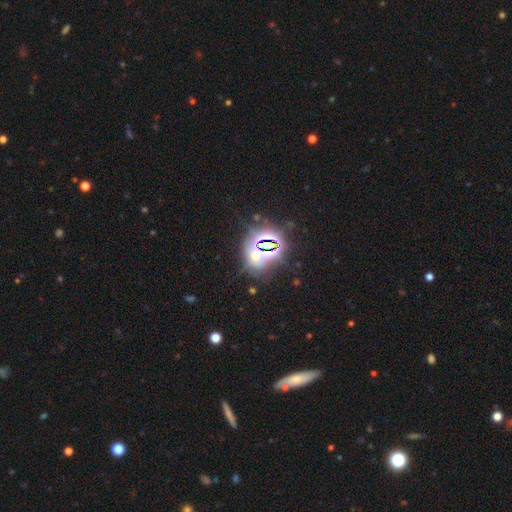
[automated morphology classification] Q: Smooth or featured?
A: star or artifact (66%); runner-up: smooth (23%)